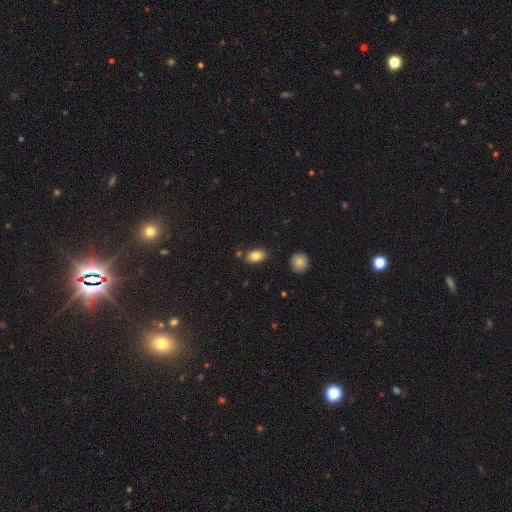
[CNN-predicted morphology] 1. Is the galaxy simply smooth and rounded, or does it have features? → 83% smooth, 9% star or artifact, 8% featured or disk.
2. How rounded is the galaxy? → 84% in between, 15% round, 1% cigar-shaped.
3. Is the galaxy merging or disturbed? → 81% none, 11% minor disturbance, 6% merger, 3% major disturbance.